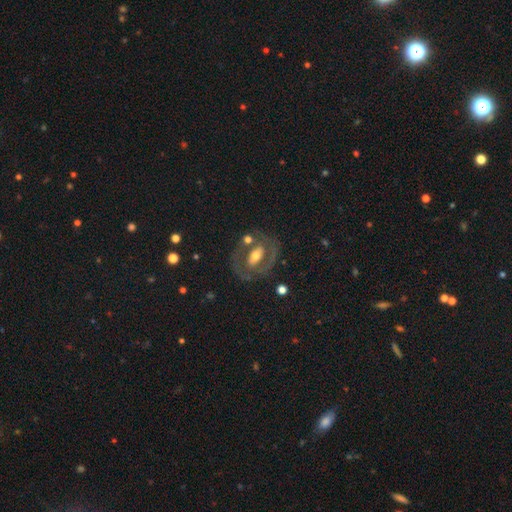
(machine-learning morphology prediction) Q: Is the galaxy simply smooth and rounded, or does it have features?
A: featured or disk — 65%.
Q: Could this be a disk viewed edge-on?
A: no — 92%.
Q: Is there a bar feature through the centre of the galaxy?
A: no — 43%.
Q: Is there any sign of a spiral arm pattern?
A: no — 62%.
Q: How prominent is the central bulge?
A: moderate — 63%.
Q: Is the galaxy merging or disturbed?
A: none — 63%.